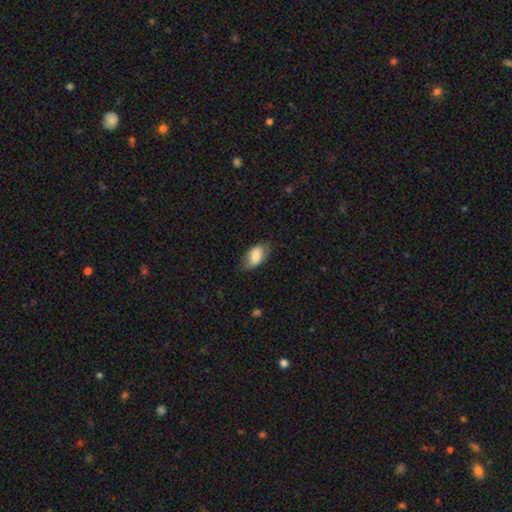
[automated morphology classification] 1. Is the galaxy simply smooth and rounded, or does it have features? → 81% smooth, 12% featured or disk, 7% star or artifact.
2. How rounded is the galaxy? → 91% in between, 6% round, 3% cigar-shaped.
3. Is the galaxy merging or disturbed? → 73% none, 21% minor disturbance, 6% major disturbance, 1% merger.